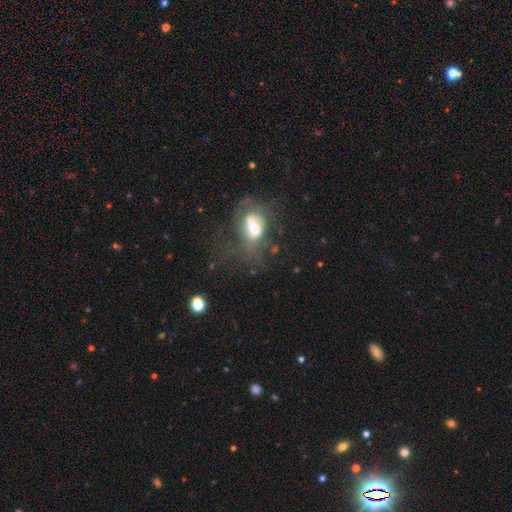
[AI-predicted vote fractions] Smooth or featured? Predicted: smooth (p=0.45). Merging? Predicted: none (p=0.50).